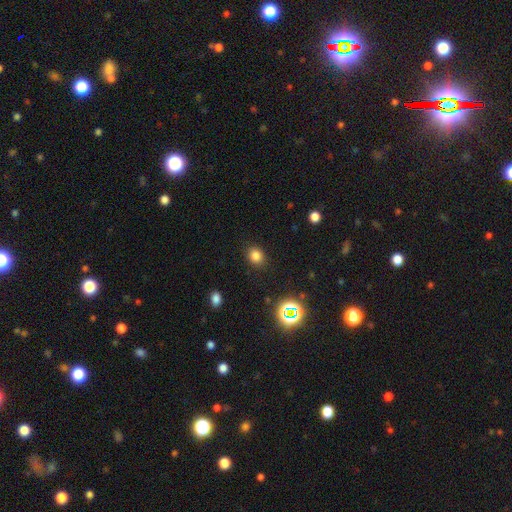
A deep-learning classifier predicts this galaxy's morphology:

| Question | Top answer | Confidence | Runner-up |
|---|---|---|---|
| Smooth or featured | smooth | 79% | star or artifact (15%) |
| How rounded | round | 60% | in between (39%) |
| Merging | none | 88% | minor disturbance (8%) |